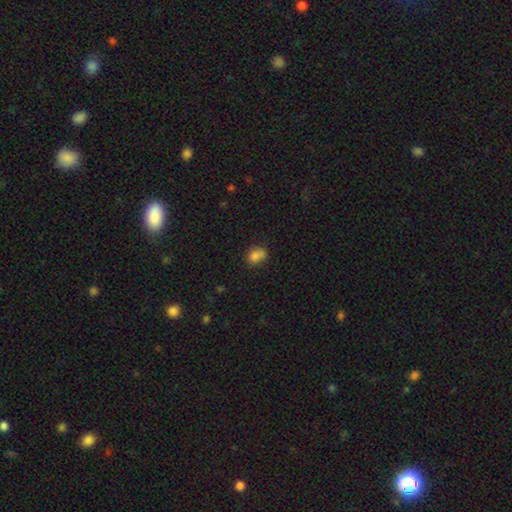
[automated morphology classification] Smooth or featured?
  - smooth: 80% *
  - star or artifact: 11%
  - featured or disk: 9%
How rounded?
  - round: 53% *
  - in between: 46%
  - cigar-shaped: 1%
Merging?
  - none: 47% *
  - merger: 23%
  - minor disturbance: 22%
  - major disturbance: 7%